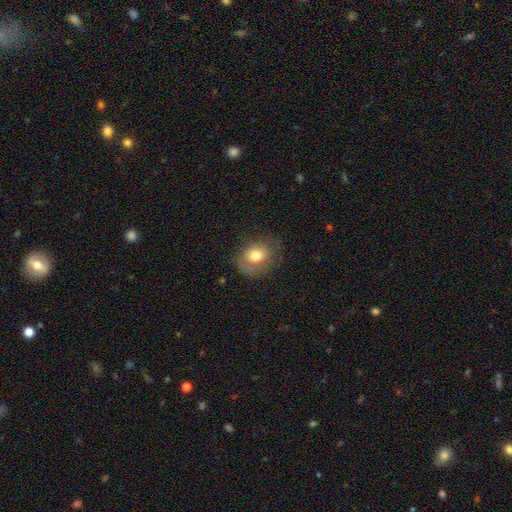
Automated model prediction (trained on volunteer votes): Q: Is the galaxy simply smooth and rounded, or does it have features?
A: smooth — 71%.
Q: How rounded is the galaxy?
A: in between — 57%.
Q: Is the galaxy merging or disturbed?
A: none — 65%.